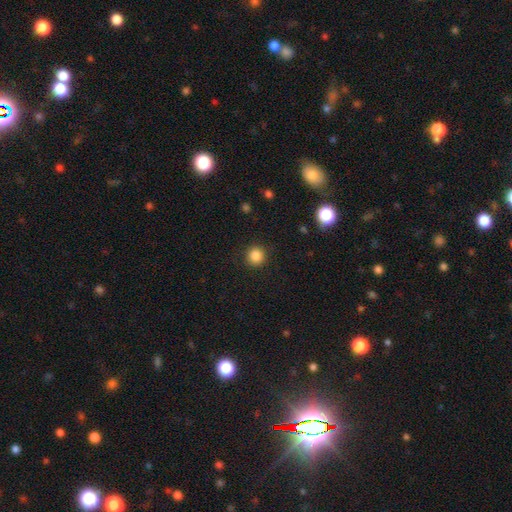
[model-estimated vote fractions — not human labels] Q: Smooth or featured?
A: smooth (86%); runner-up: star or artifact (11%)
Q: How rounded?
A: round (92%); runner-up: in between (7%)
Q: Merging?
A: none (90%); runner-up: minor disturbance (6%)